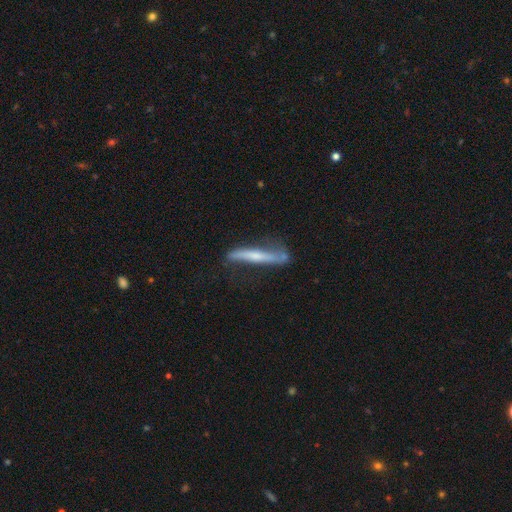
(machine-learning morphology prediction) This appears to be a featured or disk galaxy (58%) viewed edge-on (81%). Merging: none (56%).